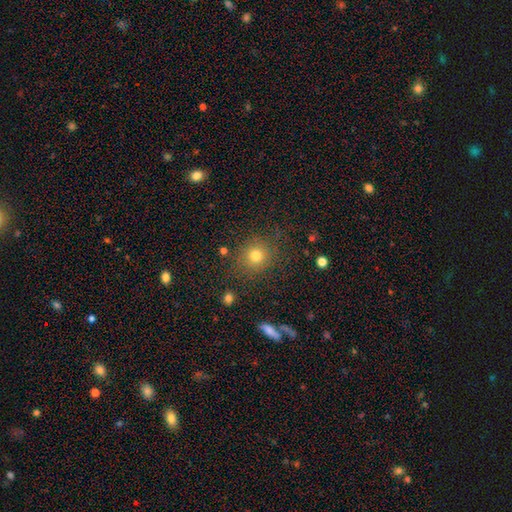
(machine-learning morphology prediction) Smooth or featured? Predicted: smooth (p=0.77). How rounded? Predicted: round (p=0.88). Merging? Predicted: none (p=0.85).